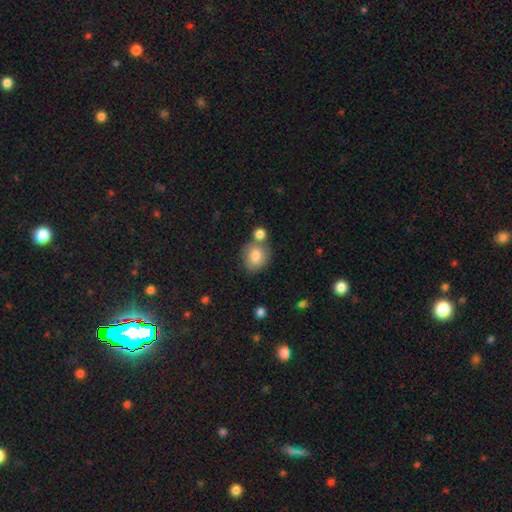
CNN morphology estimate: This is clearly a smooth galaxy (81%). How rounded: likely round (63%). Merging: possibly none (55%).